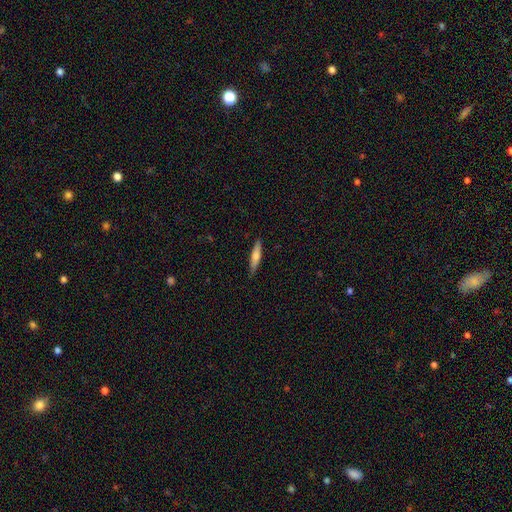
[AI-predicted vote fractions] smooth_or_featured: smooth (p=0.58) [alt: featured or disk p=0.36]
how_rounded: cigar-shaped (p=0.86) [alt: in between p=0.12]
merging: none (p=0.87) [alt: minor disturbance p=0.10]